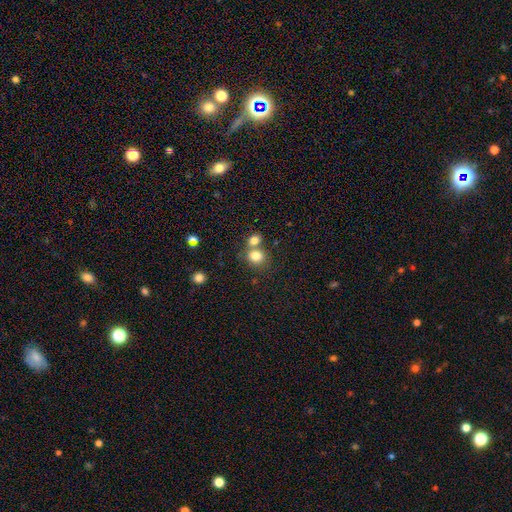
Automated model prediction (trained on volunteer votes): This is clearly a smooth galaxy (81%). How rounded: likely round (65%). Merging: possibly none (48%).